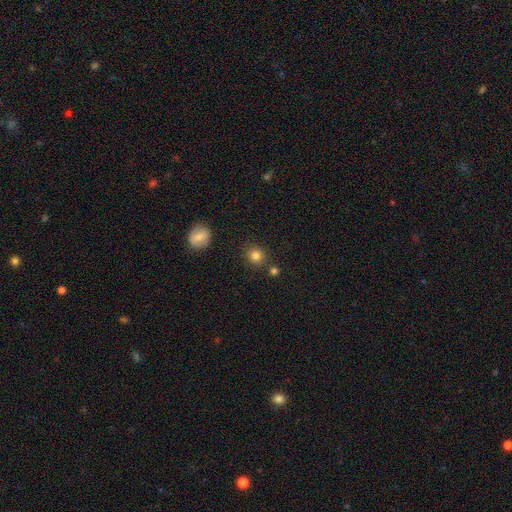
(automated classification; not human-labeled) This is clearly a smooth galaxy (82%). How rounded: clearly round (86%). Merging: clearly none (81%).